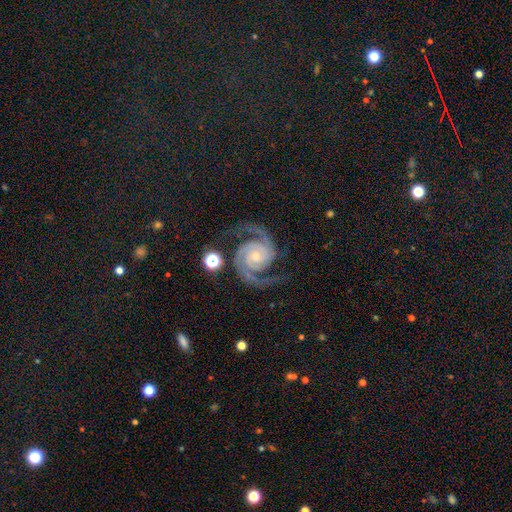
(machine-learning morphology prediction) Overall: featured or disk (93%). Edge-on disk: no (98%). Bar: no (68%). Spiral arms: yes (99%). Spiral arm count: 2 (91%). Spiral winding: medium (51%; tight 40%). Bulge size: small (65%). Merging: none (78%).